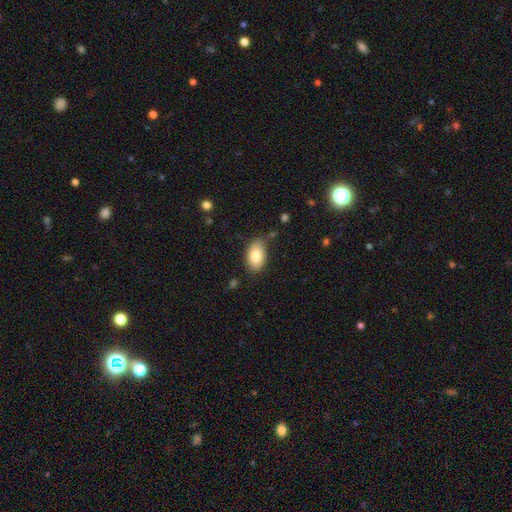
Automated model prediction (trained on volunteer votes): smooth 84%, featured or disk 9%, star or artifact 7%. Down the decision tree: how rounded — in between (94%); merging — none (75%).